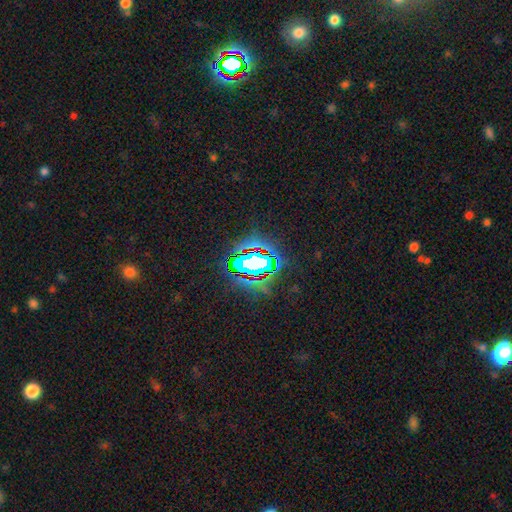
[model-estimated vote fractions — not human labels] Smooth or featured?
  - star or artifact: 69% *
  - smooth: 17%
  - featured or disk: 14%